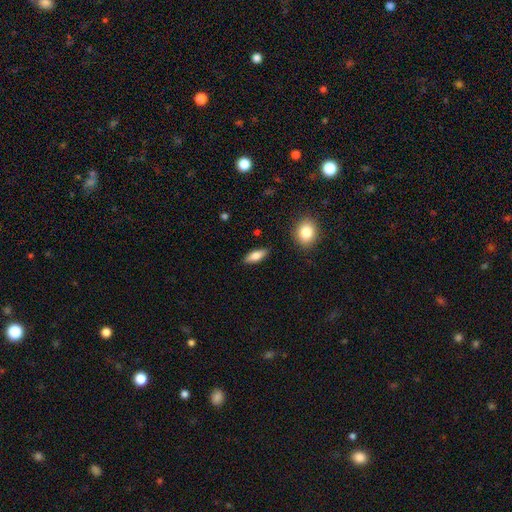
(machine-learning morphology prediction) Smooth or featured? Predicted: smooth (p=0.73). How rounded? Predicted: in between (p=0.68). Merging? Predicted: none (p=0.86).